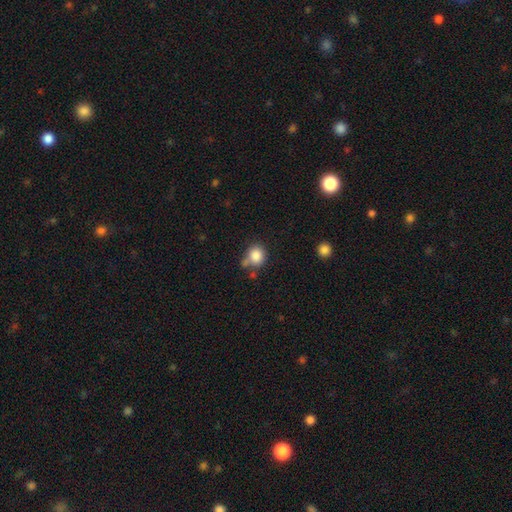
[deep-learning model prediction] Morphology: type=smooth (84%); roundness=round (78%); merging=none (58%).